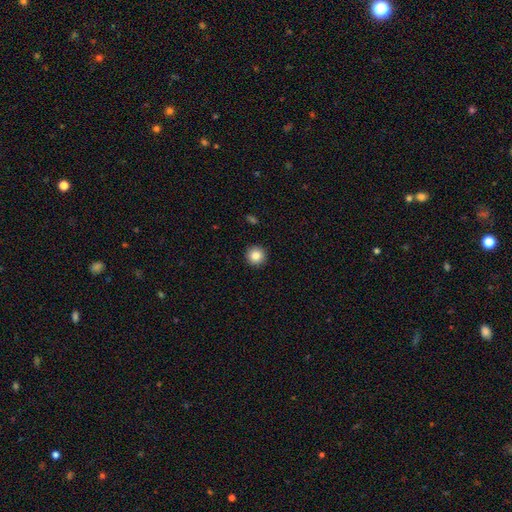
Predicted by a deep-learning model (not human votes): This is clearly a smooth galaxy (86%). How rounded: clearly round (95%). Merging: clearly none (92%).